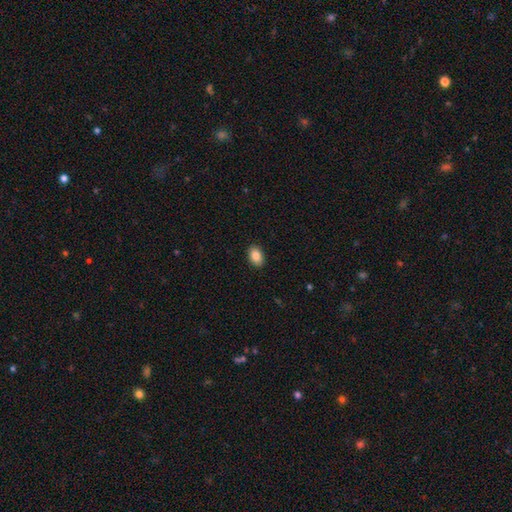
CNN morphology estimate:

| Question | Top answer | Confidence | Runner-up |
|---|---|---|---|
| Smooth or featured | smooth | 86% | star or artifact (8%) |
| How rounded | in between | 86% | round (13%) |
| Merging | none | 90% | minor disturbance (7%) |